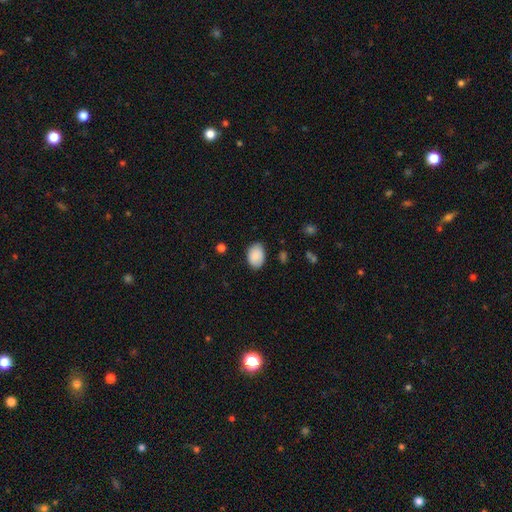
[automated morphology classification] smooth-or-featured: smooth: 88% | star or artifact: 7% | featured or disk: 5%
  how-rounded: in between: 82% | round: 17% | cigar-shaped: 1%
  merging: none: 80% | minor disturbance: 16% | major disturbance: 3% | merger: 1%